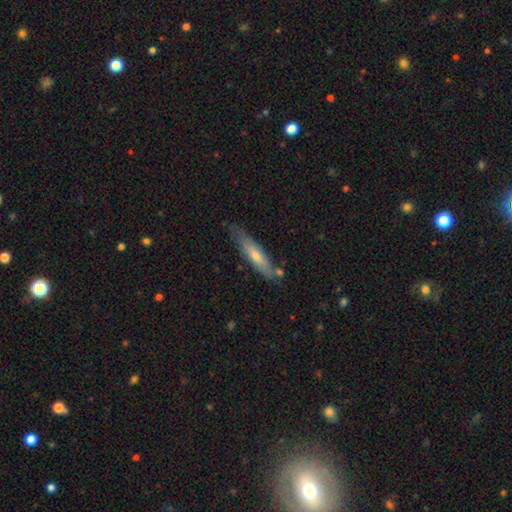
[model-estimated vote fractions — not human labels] This appears to be a smooth galaxy with no disk features (52%) that is cigar-shaped (82%). Merging: none (74%).